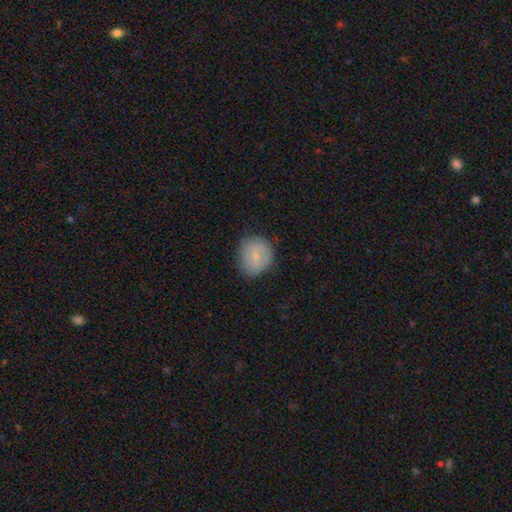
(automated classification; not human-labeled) Smooth or featured?
  - smooth: 56% *
  - featured or disk: 37%
  - star or artifact: 7%
How rounded?
  - round: 80% *
  - in between: 19%
  - cigar-shaped: 1%
Merging?
  - none: 78% *
  - minor disturbance: 17%
  - major disturbance: 4%
  - merger: 1%